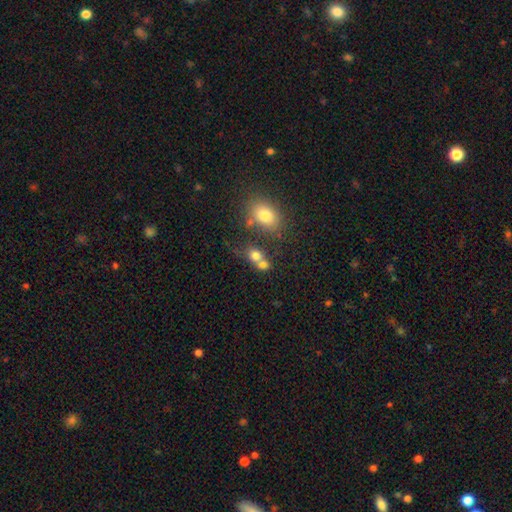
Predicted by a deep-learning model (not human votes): smooth_or_featured: smooth (p=0.75) [alt: featured or disk p=0.13]
how_rounded: round (p=0.52) [alt: in between p=0.46]
merging: merger (p=0.52) [alt: none p=0.33]